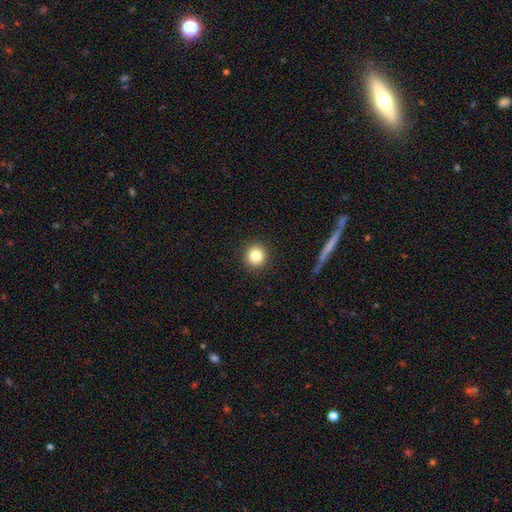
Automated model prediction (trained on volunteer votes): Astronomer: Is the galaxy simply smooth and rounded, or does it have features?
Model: smooth — 83%.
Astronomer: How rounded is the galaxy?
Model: round — 94%.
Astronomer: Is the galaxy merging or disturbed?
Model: none — 92%.